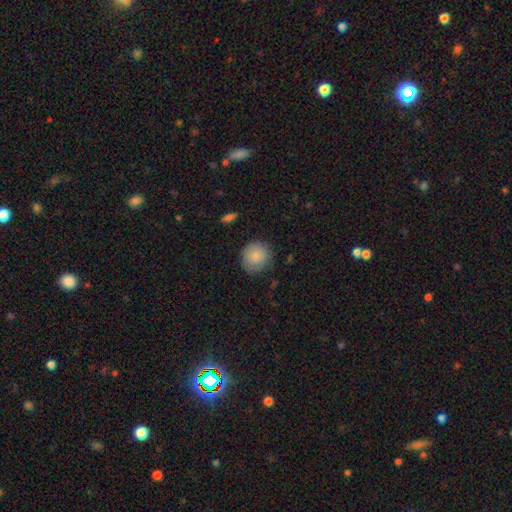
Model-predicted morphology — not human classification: Smooth or featured? smooth (82%)
How rounded? round (88%)
Merging? none (79%)